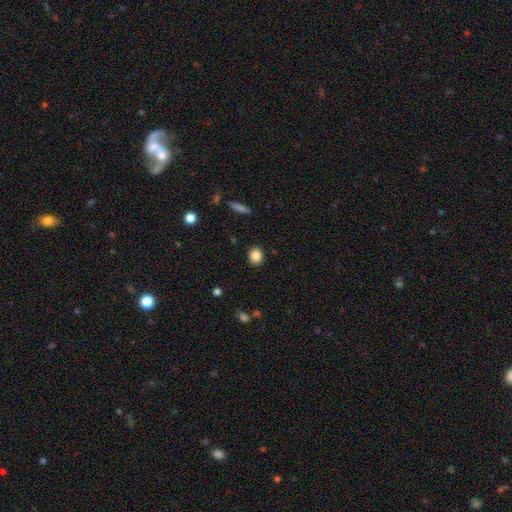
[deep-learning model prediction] A smooth galaxy with no disk features (85%) that is round (74%). Merging: none (90%).